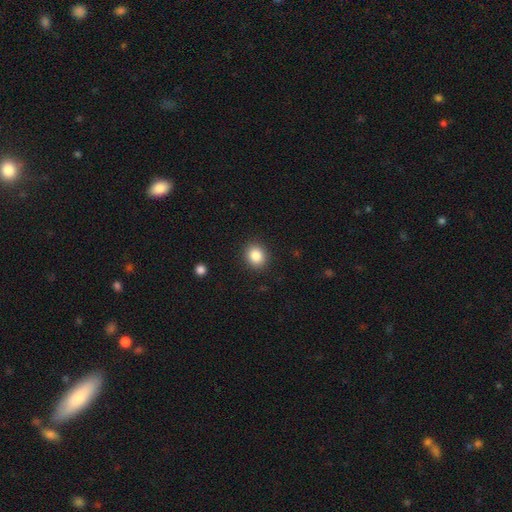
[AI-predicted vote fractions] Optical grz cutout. It shows a smooth galaxy with no disk features (85%) that is round (73%). Merging: none (90%).